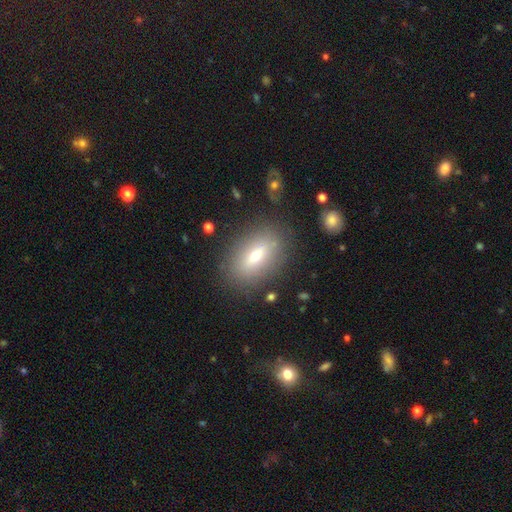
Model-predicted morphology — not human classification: Smooth or featured?
  - smooth: 62% *
  - featured or disk: 25%
  - star or artifact: 13%
How rounded?
  - in between: 81% *
  - cigar-shaped: 12%
  - round: 7%
Merging?
  - none: 83% *
  - minor disturbance: 11%
  - major disturbance: 3%
  - merger: 2%